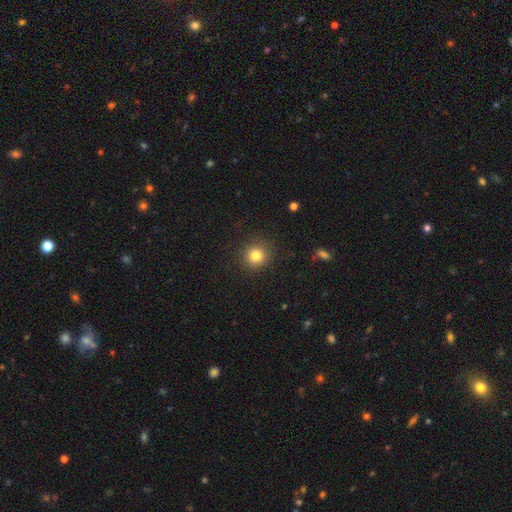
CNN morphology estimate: The model was most divided on "smooth or featured": smooth: 81%, star or artifact: 12%, featured or disk: 6%. More confident: how rounded — round (92%); merging — none (90%).